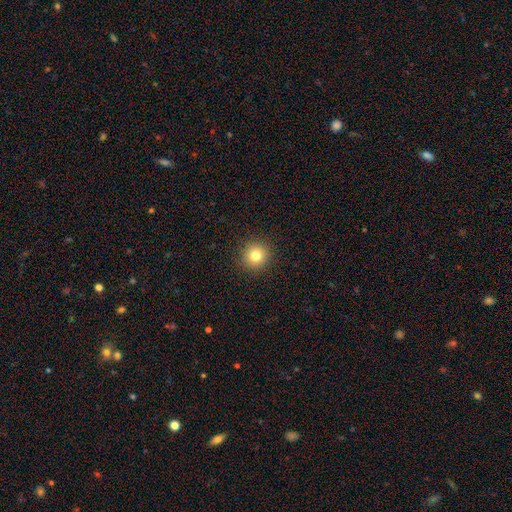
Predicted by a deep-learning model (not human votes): This appears to be a smooth galaxy with no disk features (81%) that is round (94%). Merging: none (92%).